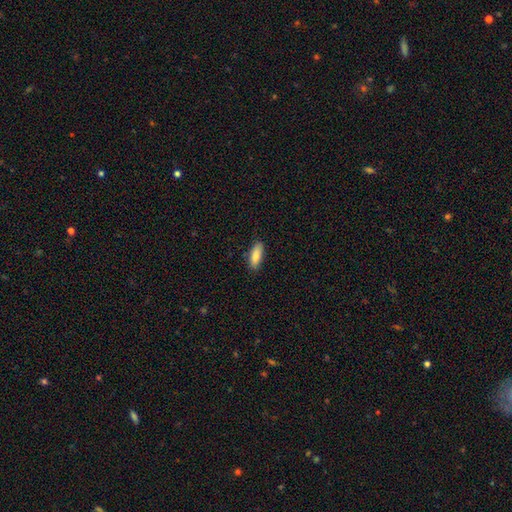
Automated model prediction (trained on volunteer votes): The model was most divided on "how rounded": in between: 68%, cigar-shaped: 30%, round: 2%. More confident: merging — none (85%); smooth or featured — smooth (84%).